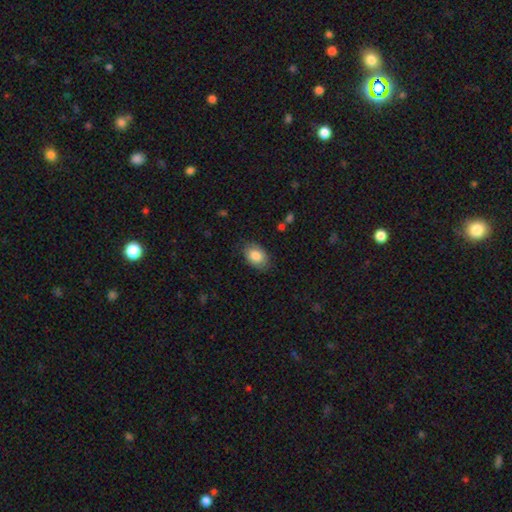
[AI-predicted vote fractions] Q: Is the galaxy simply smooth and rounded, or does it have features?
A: smooth — 85%.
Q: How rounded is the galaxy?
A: in between — 84%.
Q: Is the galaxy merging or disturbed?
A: none — 81%.